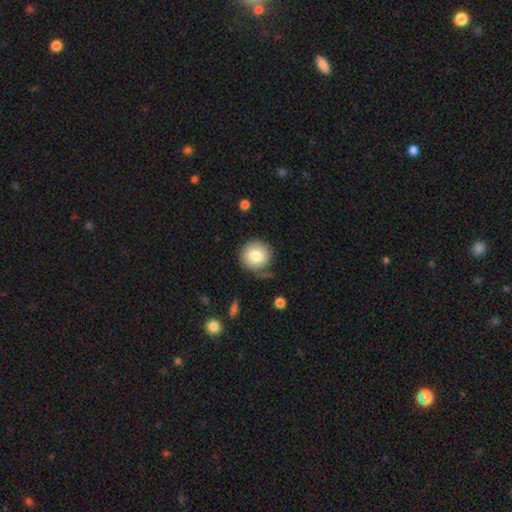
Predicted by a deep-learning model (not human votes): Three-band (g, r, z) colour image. It shows a smooth galaxy with no disk features (80%) that is round (91%). Merging: none (79%).